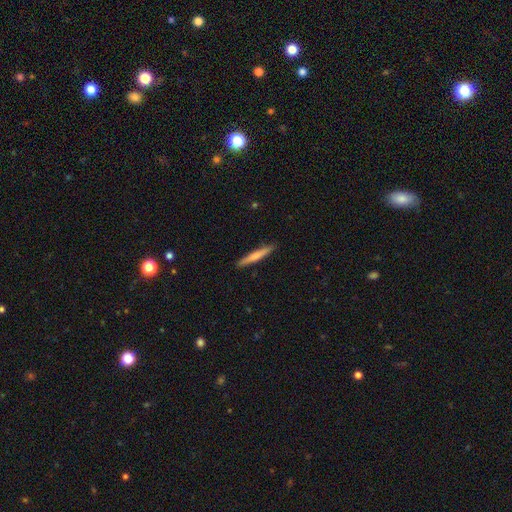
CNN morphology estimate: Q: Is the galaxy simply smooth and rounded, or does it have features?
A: smooth — 66%.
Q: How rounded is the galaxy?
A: cigar-shaped — 95%.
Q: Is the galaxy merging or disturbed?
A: none — 90%.